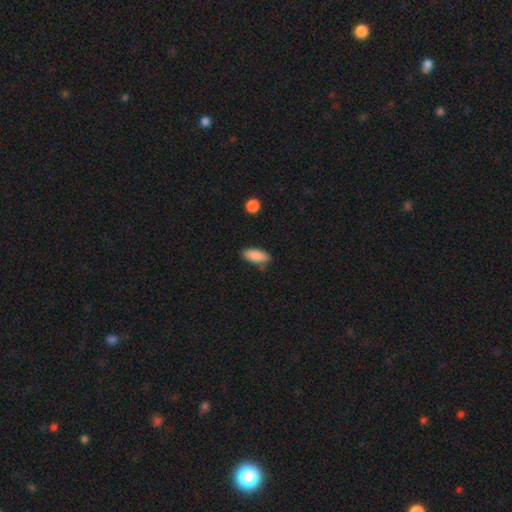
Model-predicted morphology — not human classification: Smooth or featured: smooth — 89% (star or artifact — 7%)
How rounded: in between — 88% (cigar-shaped — 9%)
Merging: none — 75% (minor disturbance — 19%)